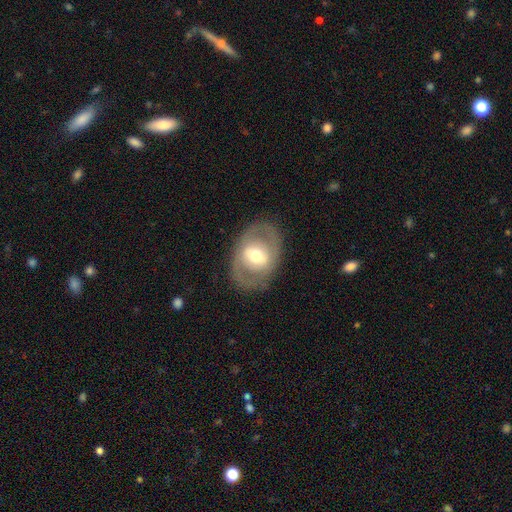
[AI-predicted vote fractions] Smooth or featured? featured or disk (61%)
Edge-on disk? no (92%)
Bar? weak (38%)
Spiral arms? no (64%)
Bulge size? moderate (66%)
Merging? none (80%)